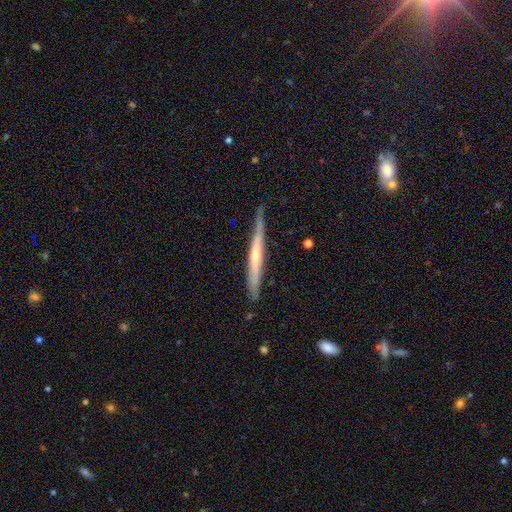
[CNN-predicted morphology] smooth-or-featured: featured or disk: 65% | smooth: 30% | star or artifact: 5%
  disk-edge-on: yes: 94% | no: 6%
    edge-on-bulge: rounded: 53% | none: 41% | boxy: 6%
  merging: none: 77% | minor disturbance: 18% | major disturbance: 3% | merger: 2%